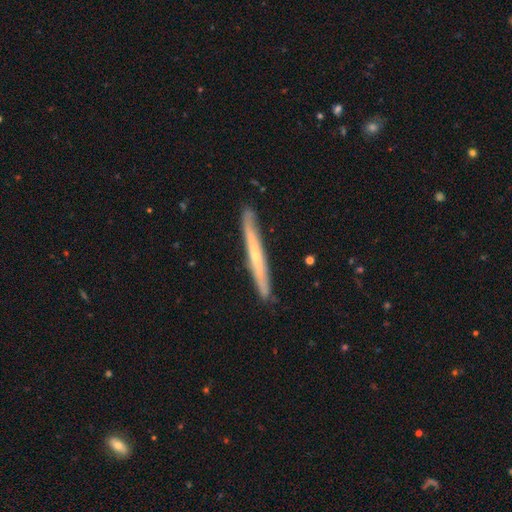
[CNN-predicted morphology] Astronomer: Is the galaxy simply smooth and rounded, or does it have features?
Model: featured or disk — 62%.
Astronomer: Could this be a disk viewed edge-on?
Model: yes — 94%.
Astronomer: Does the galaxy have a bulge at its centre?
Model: none — 53% (runner-up: rounded, 43%).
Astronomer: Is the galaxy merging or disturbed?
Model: none — 87%.